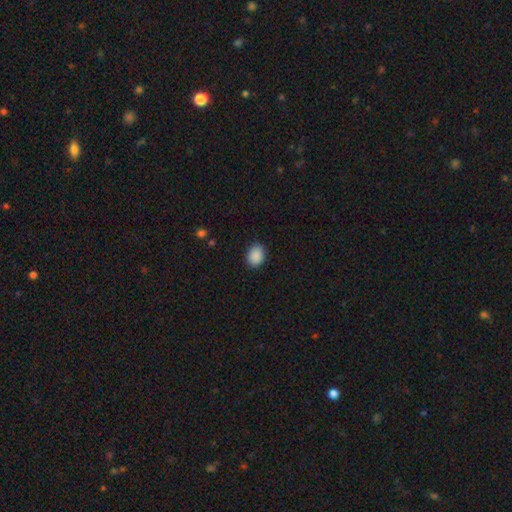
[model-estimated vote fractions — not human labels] This appears to be a smooth galaxy with no disk features (89%) that is in between round and cigar-shaped (59%). Merging: none (87%).